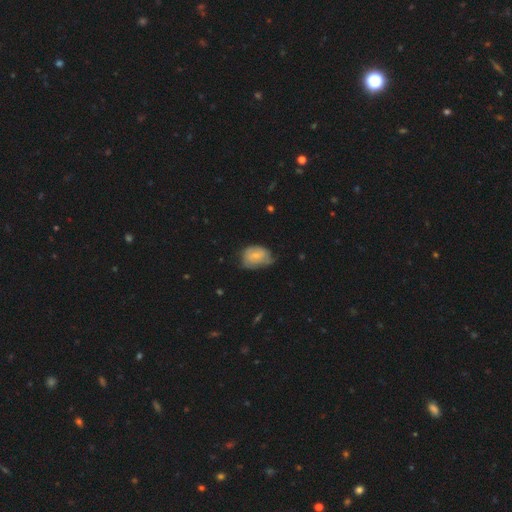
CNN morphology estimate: smooth_or_featured: smooth (p=0.58) [alt: featured or disk p=0.35]
how_rounded: in between (p=0.73) [alt: round p=0.26]
merging: minor disturbance (p=0.42) [alt: none p=0.40]